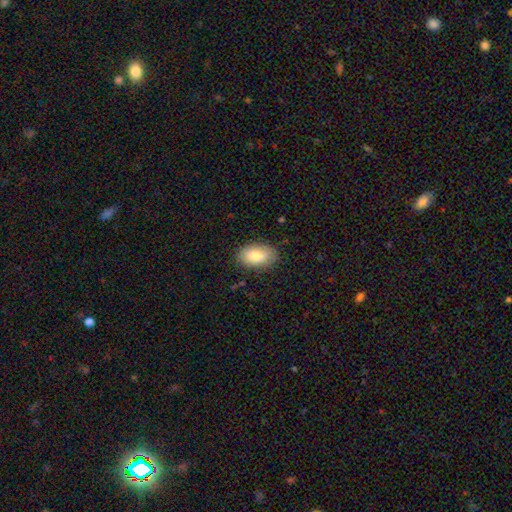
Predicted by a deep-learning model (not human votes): Smooth or featured? Predicted: smooth (p=0.80). How rounded? Predicted: in between (p=0.92). Merging? Predicted: none (p=0.84).